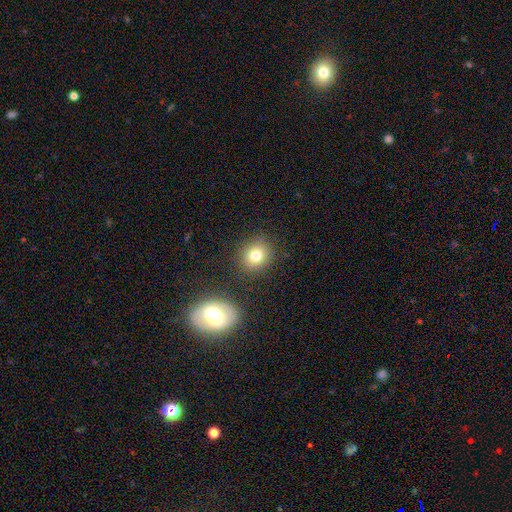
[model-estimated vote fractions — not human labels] The model was most divided on "how rounded": round: 76%, in between: 23%, cigar-shaped: 1%. More confident: merging — none (84%); smooth or featured — smooth (79%).